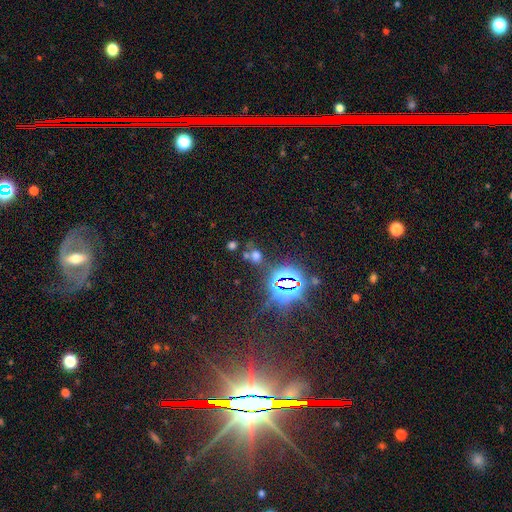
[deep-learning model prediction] Overall: star or artifact (49%; smooth 42%).